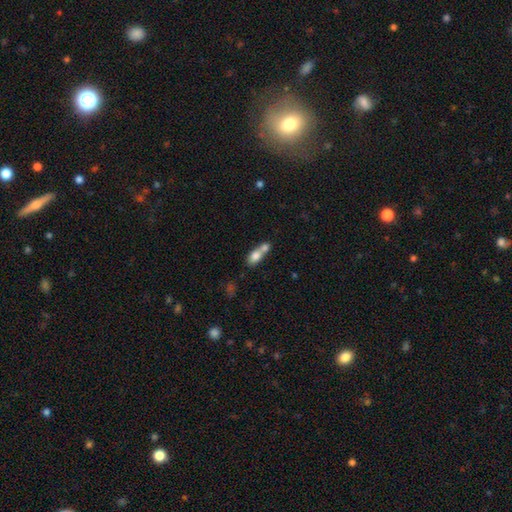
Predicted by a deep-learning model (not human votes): A smooth galaxy with no disk features (76%) that is in between round and cigar-shaped (76%).

Vote fractions:
- Smooth or featured? smooth: 76% / featured or disk: 15% / star or artifact: 8%
- How rounded? in between: 76% / round: 16% / cigar-shaped: 8%
- Merging? merger: 70% / none: 20% / minor disturbance: 7% / major disturbance: 4%